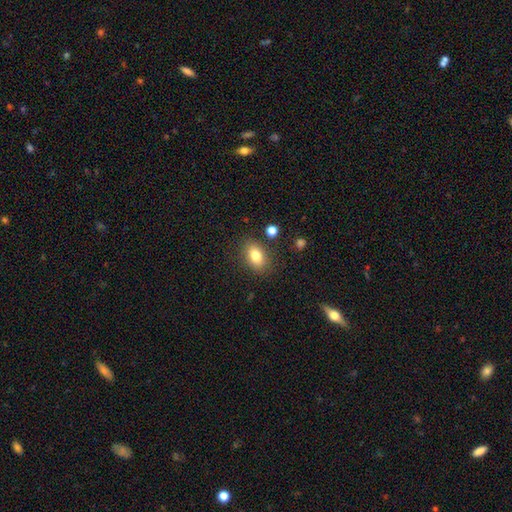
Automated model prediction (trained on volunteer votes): This appears to be a smooth galaxy with no disk features (80%) that is in between round and cigar-shaped (84%). Merging: none (83%).